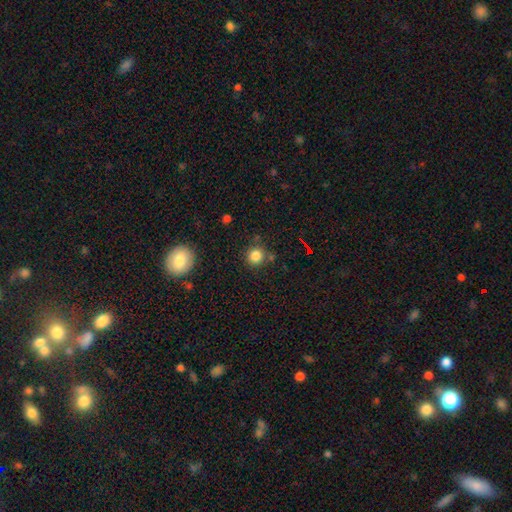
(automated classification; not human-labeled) Smooth or featured?
  - smooth: 82% *
  - star or artifact: 12%
  - featured or disk: 5%
How rounded?
  - round: 90% *
  - in between: 9%
  - cigar-shaped: 1%
Merging?
  - none: 79% *
  - minor disturbance: 11%
  - merger: 7%
  - major disturbance: 4%